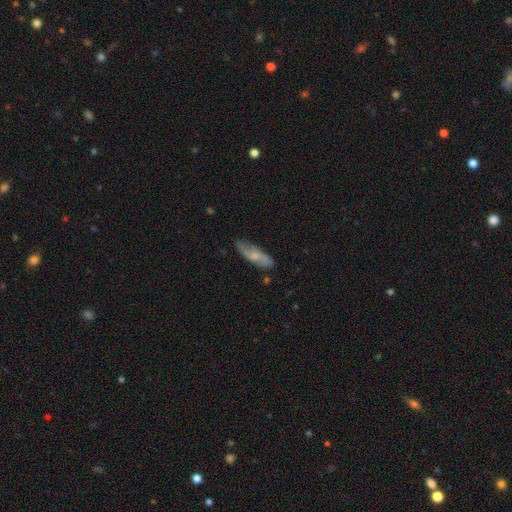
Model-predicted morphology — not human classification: Smooth or featured? Predicted: featured or disk (p=0.53). Edge-on disk? Predicted: no (p=0.75). Merging? Predicted: none (p=0.76).